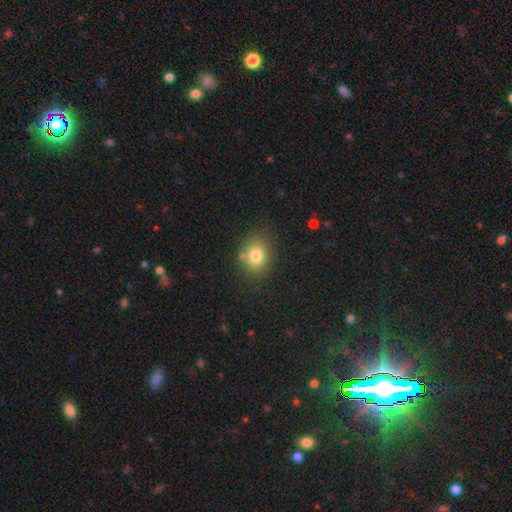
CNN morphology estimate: This is likely a smooth galaxy (80%). How rounded: possibly in between (51%). Merging: likely none (79%).